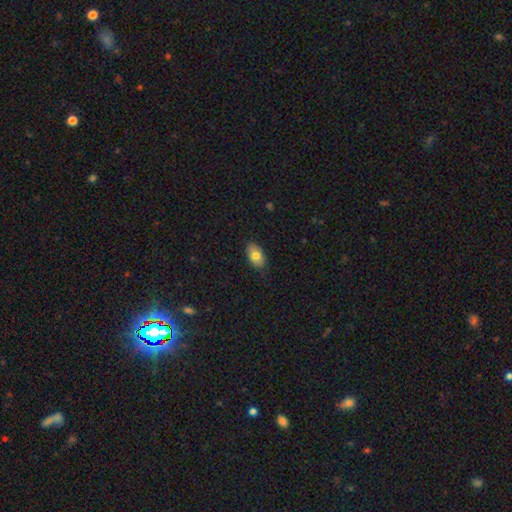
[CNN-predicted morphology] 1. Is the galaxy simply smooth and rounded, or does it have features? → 77% smooth, 15% featured or disk, 7% star or artifact.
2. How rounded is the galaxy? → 92% in between, 6% round, 2% cigar-shaped.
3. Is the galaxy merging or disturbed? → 85% none, 12% minor disturbance, 2% major disturbance, 1% merger.